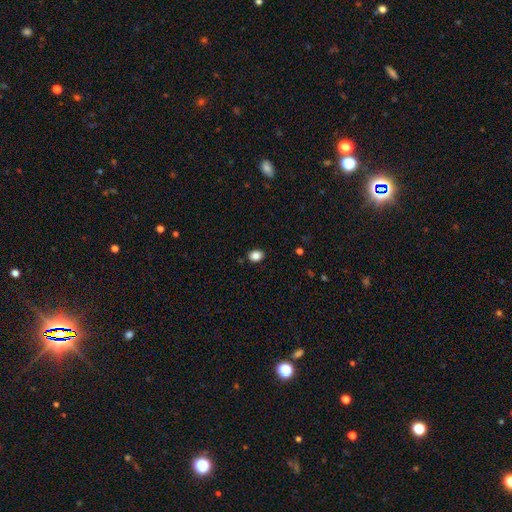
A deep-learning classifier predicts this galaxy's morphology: Overall: smooth (87%). How rounded: in between (60%; round 39%). Merging: none (89%).